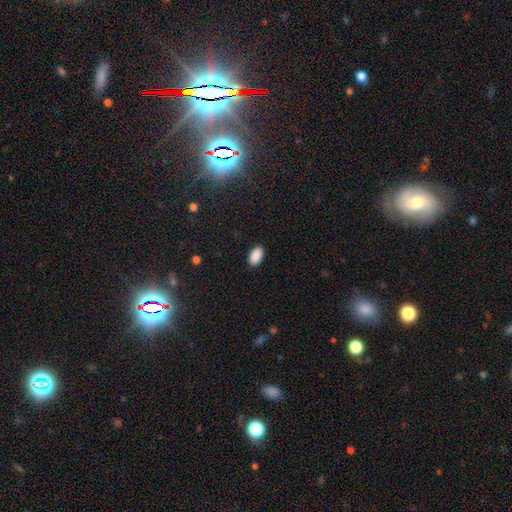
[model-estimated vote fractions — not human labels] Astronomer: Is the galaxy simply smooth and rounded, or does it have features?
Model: smooth — 90%.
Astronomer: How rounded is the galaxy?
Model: in between — 94%.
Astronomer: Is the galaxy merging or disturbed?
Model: none — 89%.